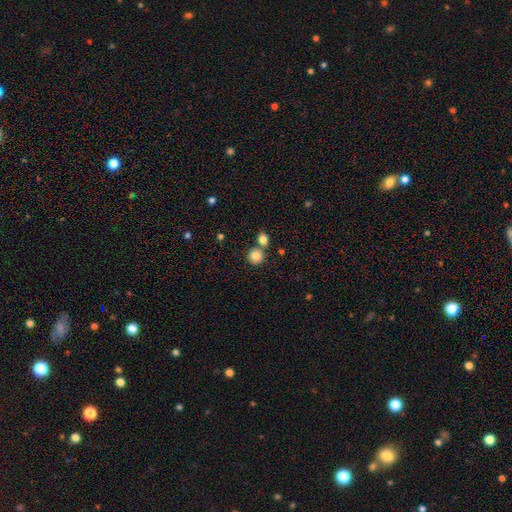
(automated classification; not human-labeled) A smooth galaxy with no disk features (83%) that is round (89%).

Vote fractions:
- Smooth or featured? smooth: 83% / star or artifact: 10% / featured or disk: 7%
- How rounded? round: 89% / in between: 10% / cigar-shaped: 1%
- Merging? none: 64% / merger: 26% / minor disturbance: 8% / major disturbance: 3%